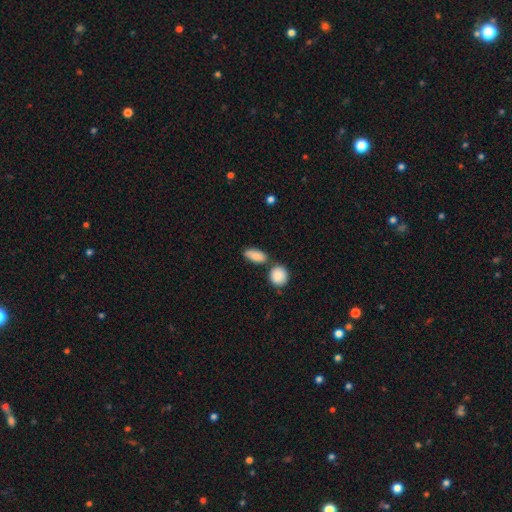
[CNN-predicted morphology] A smooth galaxy with no disk features (87%) that is in between round and cigar-shaped (82%). Merging: none (64%).